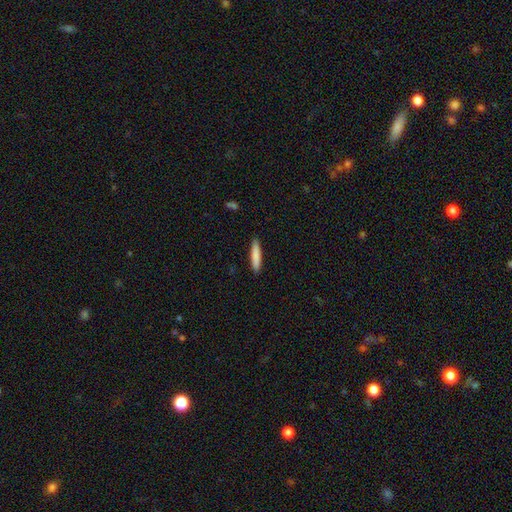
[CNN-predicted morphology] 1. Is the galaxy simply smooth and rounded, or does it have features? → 82% smooth, 12% featured or disk, 5% star or artifact.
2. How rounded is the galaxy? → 90% cigar-shaped, 9% in between, 1% round.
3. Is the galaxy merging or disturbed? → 91% none, 7% minor disturbance, 1% major disturbance, 1% merger.